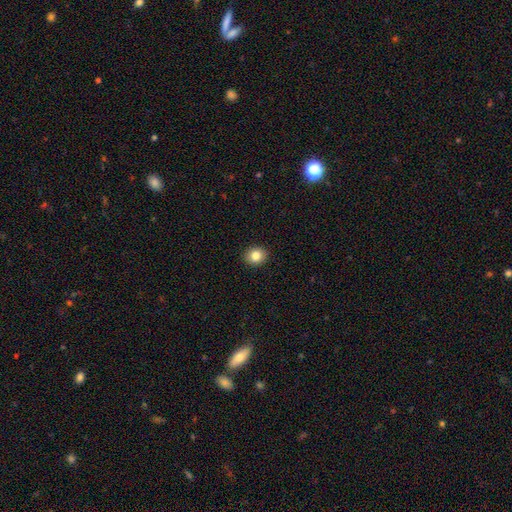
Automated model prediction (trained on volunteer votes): Smooth or featured? Predicted: smooth (p=0.83). How rounded? Predicted: round (p=0.65). Merging? Predicted: none (p=0.92).